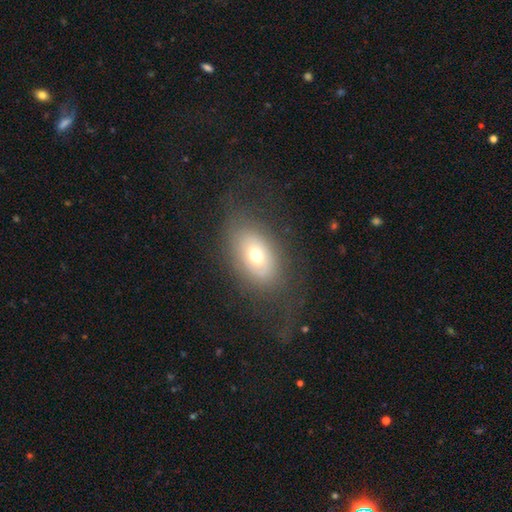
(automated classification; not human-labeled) Smooth or featured? smooth (52%)
How rounded? in between (84%)
Merging? none (67%)